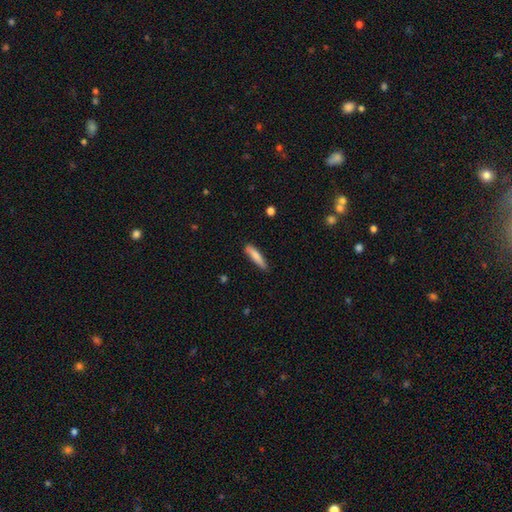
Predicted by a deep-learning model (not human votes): smooth 78%, featured or disk 16%, star or artifact 6%. Down the decision tree: how rounded — cigar-shaped (84%); merging — none (82%).